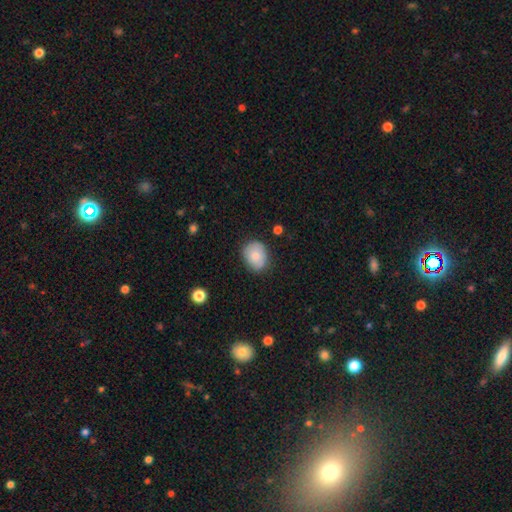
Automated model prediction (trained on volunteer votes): This is likely a smooth galaxy (79%). How rounded: possibly in between (51%). Merging: likely none (78%).